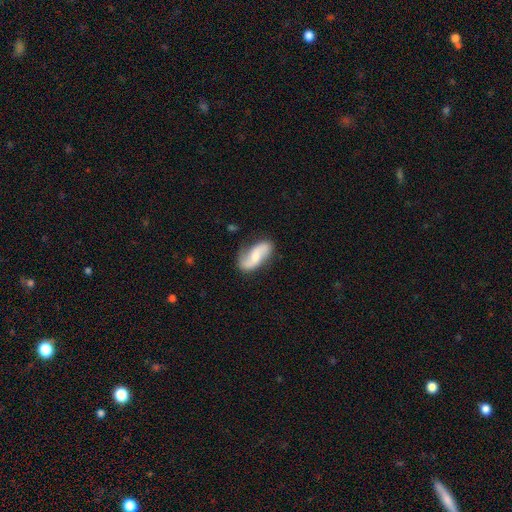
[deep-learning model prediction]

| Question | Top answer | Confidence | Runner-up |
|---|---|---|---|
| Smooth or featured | featured or disk | 66% | smooth (28%) |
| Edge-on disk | no | 95% | yes (5%) |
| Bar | no | 49% | weak (37%) |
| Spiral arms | yes | 93% | no (7%) |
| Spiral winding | loose | 67% | medium (24%) |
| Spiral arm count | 2 | 90% | can't tell (4%) |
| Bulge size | moderate | 44% | small (43%) |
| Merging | none | 74% | minor disturbance (19%) |